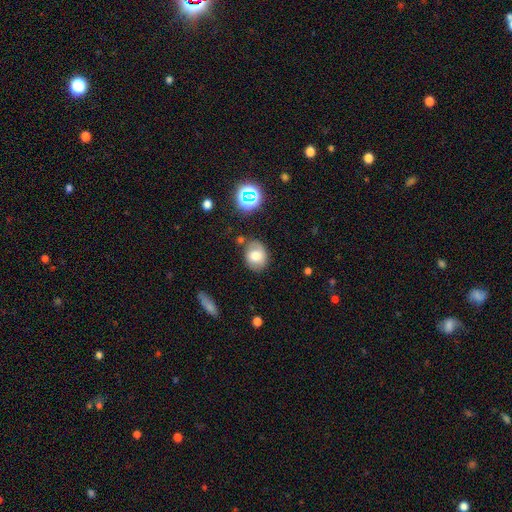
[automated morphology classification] This is likely a smooth galaxy (69%). How rounded: possibly in between (51%). Merging: likely none (72%).